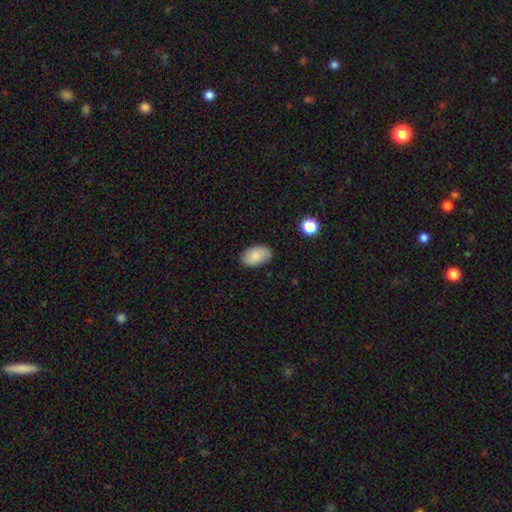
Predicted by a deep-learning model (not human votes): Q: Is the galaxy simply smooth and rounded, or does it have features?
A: smooth — 85%.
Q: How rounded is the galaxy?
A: in between — 93%.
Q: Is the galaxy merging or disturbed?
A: none — 83%.